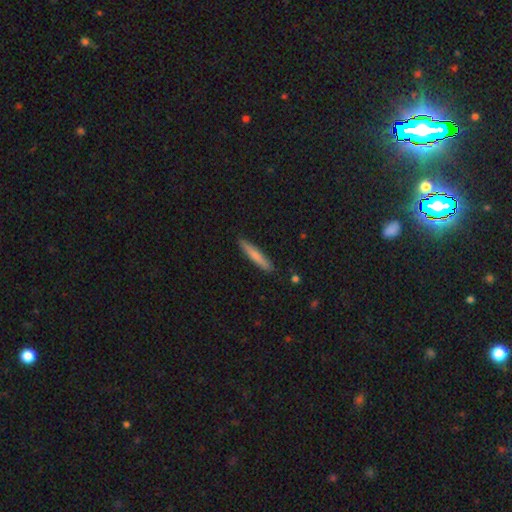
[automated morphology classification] Overall: smooth (74%). How rounded: cigar-shaped (93%). Merging: none (89%).